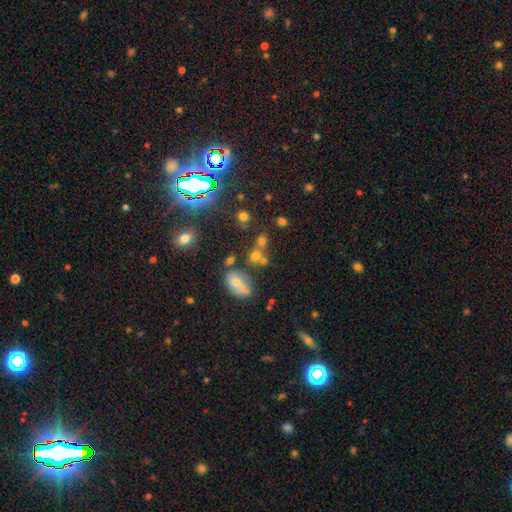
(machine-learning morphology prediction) Smooth or featured? smooth (62%)
How rounded? round (64%)
Merging? none (43%)